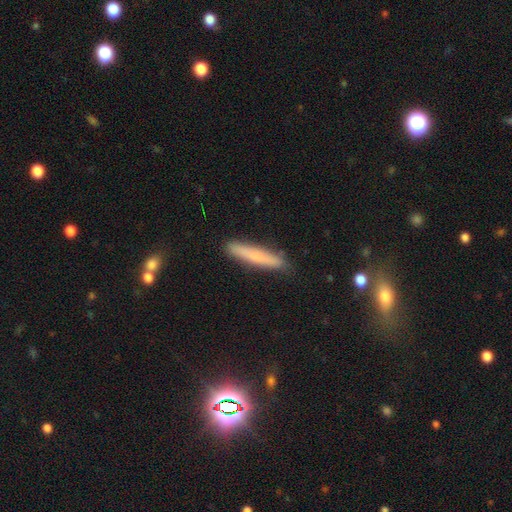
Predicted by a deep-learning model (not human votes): smooth-or-featured: smooth: 68% | featured or disk: 25% | star or artifact: 7%
  how-rounded: cigar-shaped: 93% | in between: 5% | round: 1%
  merging: none: 88% | minor disturbance: 8% | major disturbance: 2% | merger: 1%